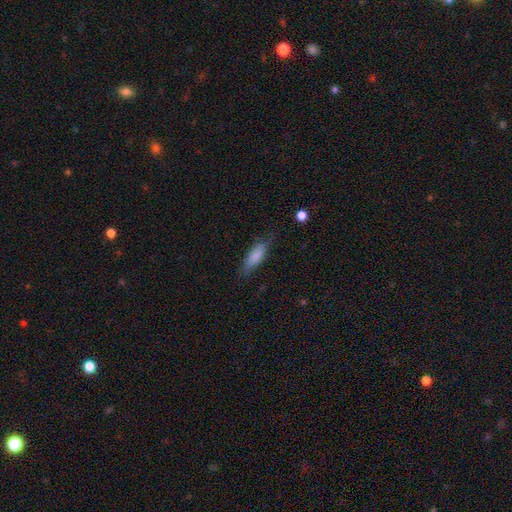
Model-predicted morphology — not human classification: This is clearly a smooth galaxy (81%). How rounded: possibly in between (59%). Merging: likely none (71%).